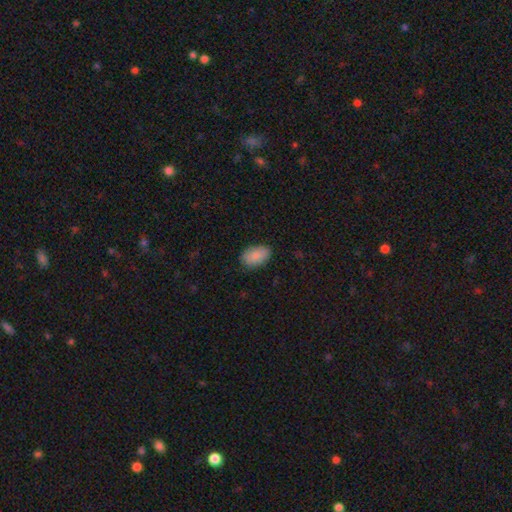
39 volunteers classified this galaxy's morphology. A smooth galaxy with no disk features (87%) that is in between round and cigar-shaped (88%). Merging: none (83%).